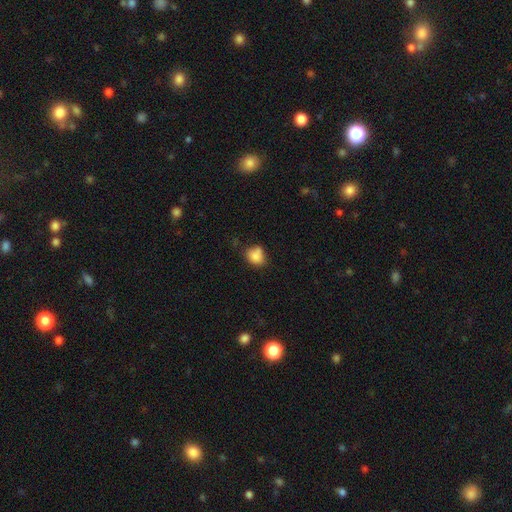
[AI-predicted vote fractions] This appears to be a smooth galaxy with no disk features (81%) that is round (54%). Merging: none (52%).